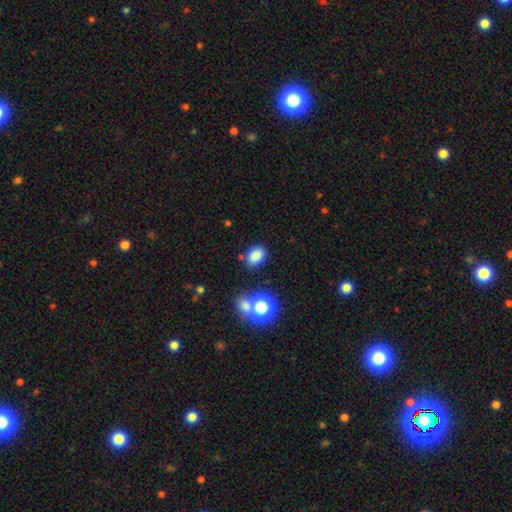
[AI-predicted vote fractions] The model was most divided on "how rounded": in between: 74%, round: 25%, cigar-shaped: 1%. More confident: smooth or featured — smooth (82%); merging — none (79%).